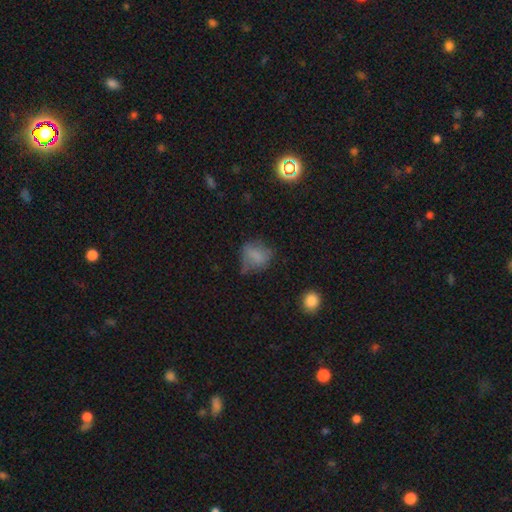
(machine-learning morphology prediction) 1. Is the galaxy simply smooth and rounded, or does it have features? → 71% smooth, 16% featured or disk, 13% star or artifact.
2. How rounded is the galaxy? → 55% round, 44% in between, 2% cigar-shaped.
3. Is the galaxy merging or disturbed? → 46% none, 32% minor disturbance, 18% major disturbance, 4% merger.